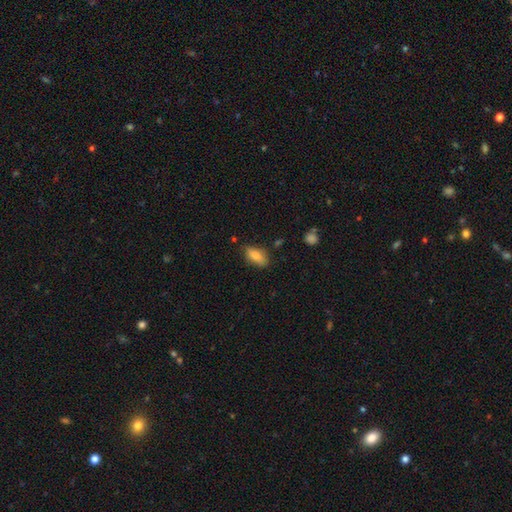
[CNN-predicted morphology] Smooth or featured? smooth (86%)
How rounded? in between (88%)
Merging? none (72%)